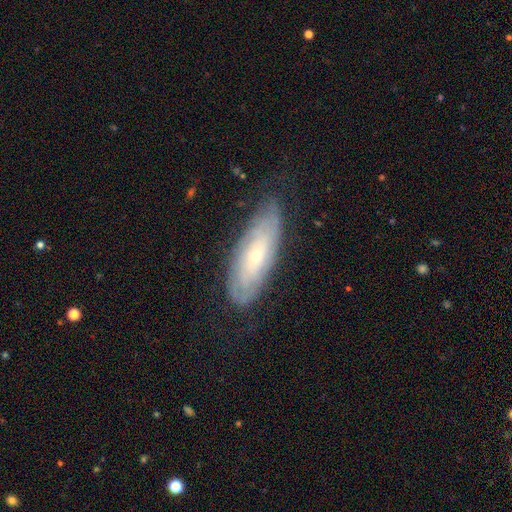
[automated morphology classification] Smooth or featured: featured or disk — 64% (smooth — 28%)
Edge-on disk: no — 81% (yes — 19%)
Bar: no — 77% (weak — 19%)
Spiral arms: yes — 80% (no — 20%)
Bulge size: small — 70% (moderate — 26%)
Merging: none — 73% (minor disturbance — 20%)